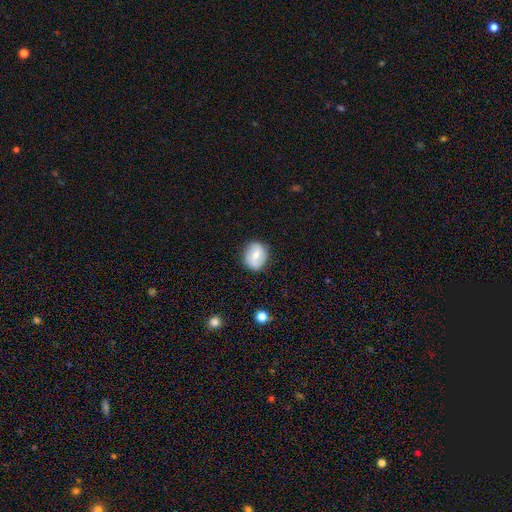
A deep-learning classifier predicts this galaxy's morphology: The model was most divided on "smooth or featured": smooth: 53%, featured or disk: 39%, star or artifact: 7%. More confident: merging — none (84%); how rounded — round (63%).